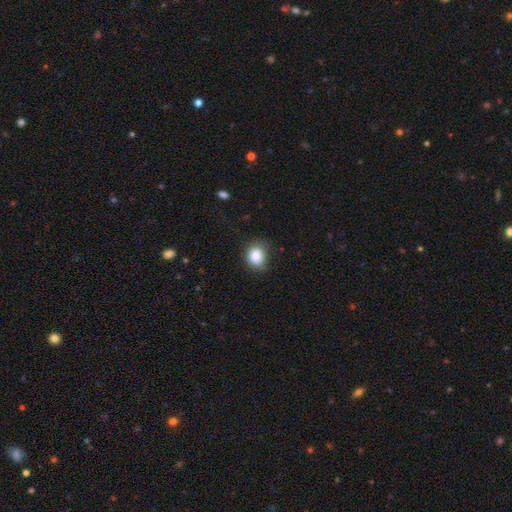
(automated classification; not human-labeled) Smooth or featured: smooth — 84% (star or artifact — 10%)
How rounded: round — 70% (in between — 29%)
Merging: none — 66% (minor disturbance — 27%)